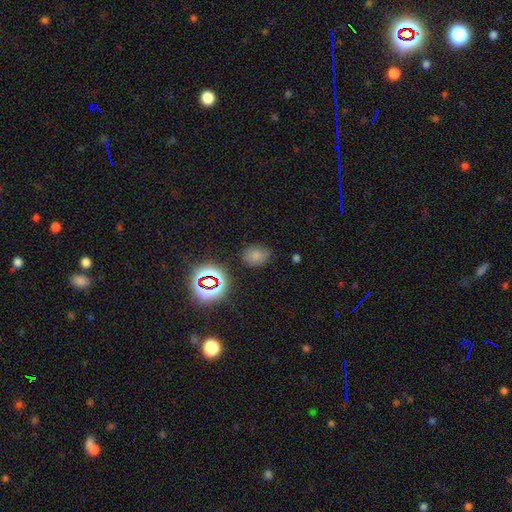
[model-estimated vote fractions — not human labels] smooth_or_featured: smooth (p=0.70) [alt: star or artifact p=0.22]
how_rounded: in between (p=0.63) [alt: round p=0.36]
merging: none (p=0.80) [alt: minor disturbance p=0.13]